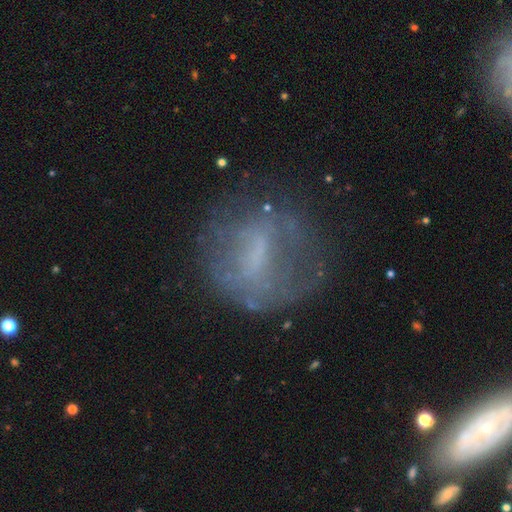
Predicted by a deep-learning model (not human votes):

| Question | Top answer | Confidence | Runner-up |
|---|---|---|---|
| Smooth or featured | featured or disk | 51% | smooth (34%) |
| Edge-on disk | no | 95% | yes (5%) |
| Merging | none | 59% | major disturbance (19%) |